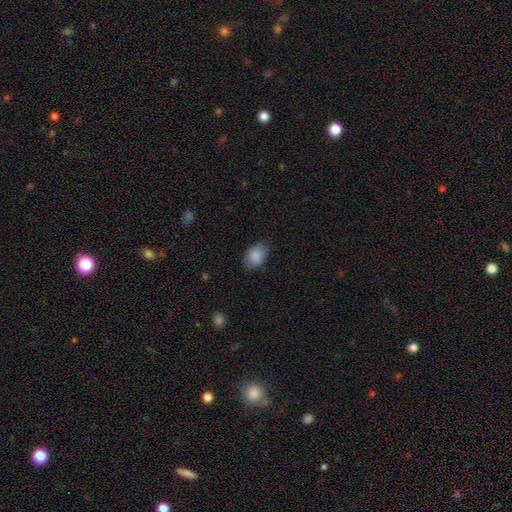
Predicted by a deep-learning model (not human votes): Morphology: type=smooth (88%); roundness=in between (85%); merging=none (79%).